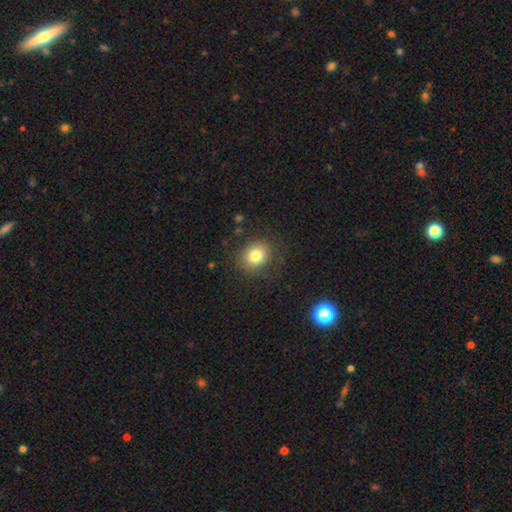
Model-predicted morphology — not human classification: Q: Smooth or featured?
A: smooth (79%); runner-up: star or artifact (11%)
Q: How rounded?
A: round (63%); runner-up: in between (36%)
Q: Merging?
A: none (81%); runner-up: minor disturbance (12%)